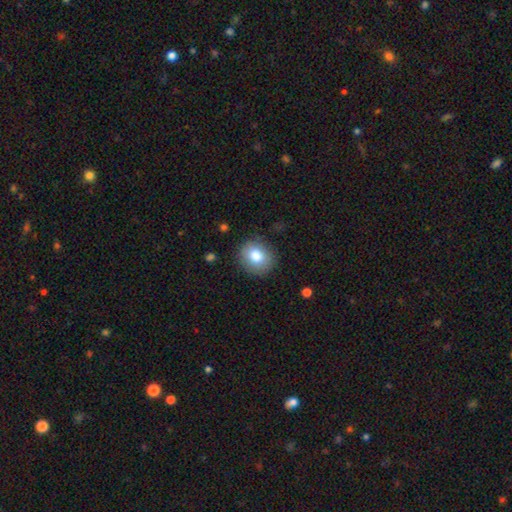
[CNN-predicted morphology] A smooth galaxy with no disk features (82%) that is round (68%). Merging: none (84%).